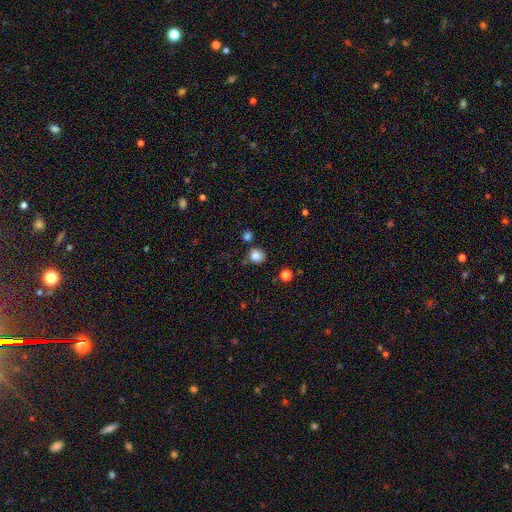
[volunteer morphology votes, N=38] Smooth or featured? 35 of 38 (92%) said smooth. How rounded? 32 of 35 (91%) said round. Merging? 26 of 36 (72%) said none.